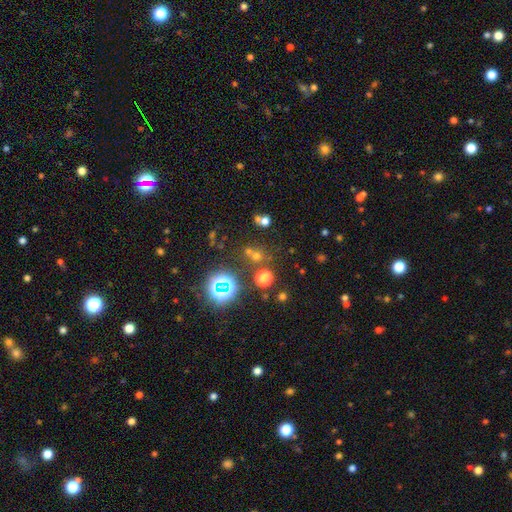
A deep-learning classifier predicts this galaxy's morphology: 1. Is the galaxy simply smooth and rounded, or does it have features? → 50% star or artifact, 41% smooth, 9% featured or disk.